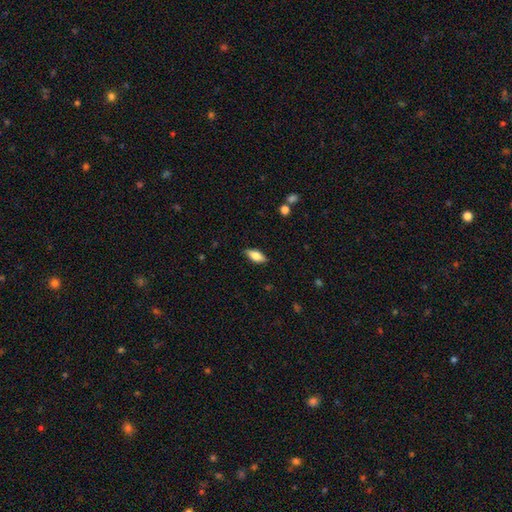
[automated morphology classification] Overall: smooth (74%). How rounded: in between (82%). Merging: none (87%).